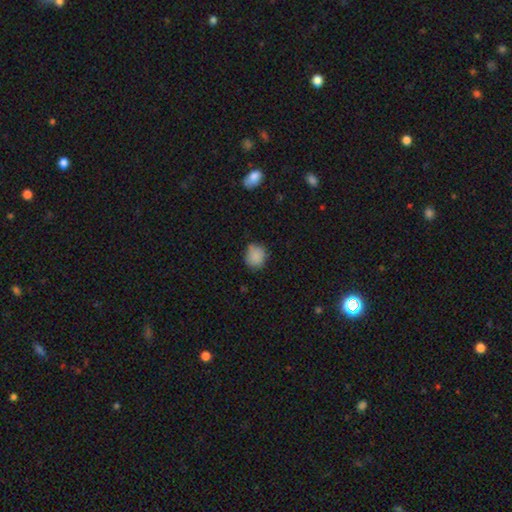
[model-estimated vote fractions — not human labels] This appears to be a smooth galaxy with no disk features (86%) that is round (76%). Merging: none (74%).